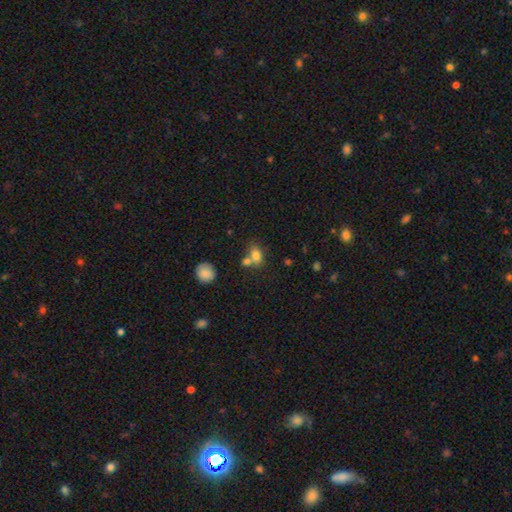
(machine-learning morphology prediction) smooth 78%, featured or disk 12%, star or artifact 11%. Down the decision tree: how rounded — in between (73%); merging — merger (42%).